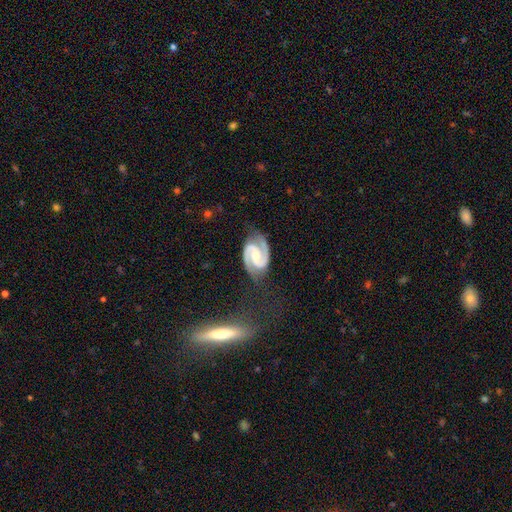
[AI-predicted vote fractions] Morphology: type=featured or disk (94%); edge-on=no (98%); bar=weak (39%); spiral arms=yes (99%); winding=medium (54%); arm count=2 (95%); bulge=small (47%); merging=none (82%).